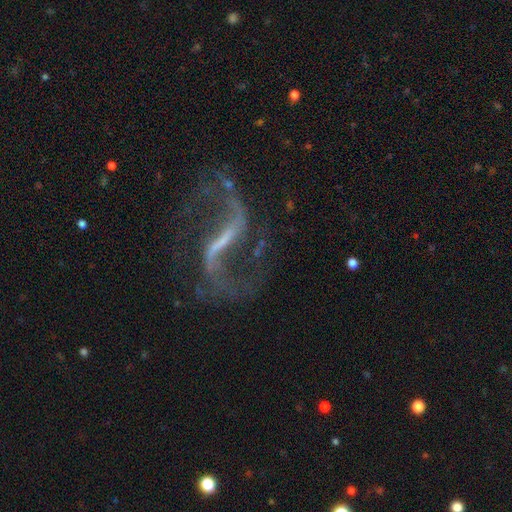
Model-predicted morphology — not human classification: smooth-or-featured: featured or disk: 89% | star or artifact: 7% | smooth: 3%
  disk-edge-on: no: 96% | yes: 4%
    bar: strong: 61% | weak: 31% | no: 9%
    has-spiral-arms: yes: 96% | no: 4%
      spiral-winding: loose: 75% | medium: 20% | tight: 4%
      spiral-arm-count: 2: 94% | 1: 2% | can't tell: 2% | 3: 1% | 4: 1% | more than 4: 1%
    bulge-size: none: 48% | small: 41% | moderate: 9% | large: 2% | dominant: 1%
  merging: none: 75% | minor disturbance: 12% | major disturbance: 10% | merger: 3%